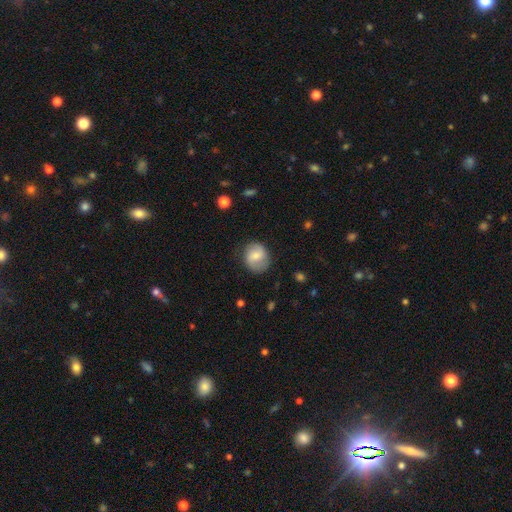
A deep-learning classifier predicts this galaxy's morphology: Overall: smooth (60%; featured or disk 33%). How rounded: round (77%). Merging: none (77%).